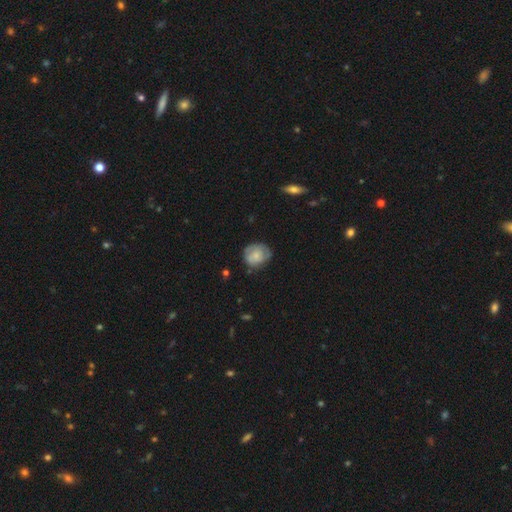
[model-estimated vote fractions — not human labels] This appears to be a smooth galaxy with no disk features (61%) that is round (64%). Merging: none (61%).